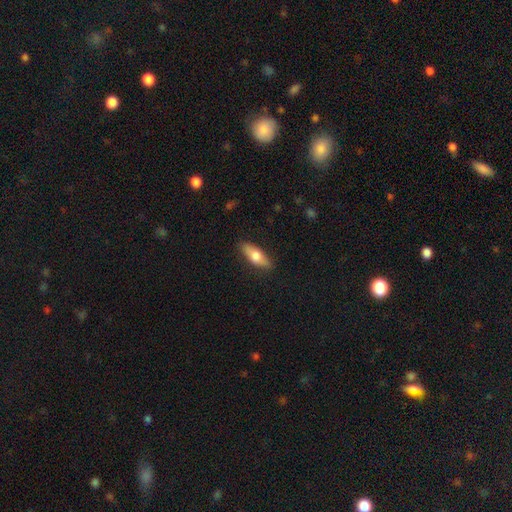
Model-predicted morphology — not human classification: smooth 64%, featured or disk 30%, star or artifact 6%. Down the decision tree: how rounded — in between (61%); merging — none (87%).